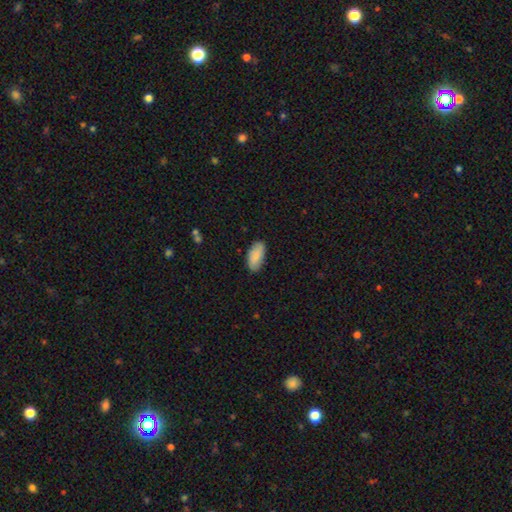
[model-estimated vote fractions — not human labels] The model was most divided on "merging": none: 84%, minor disturbance: 12%, major disturbance: 2%, merger: 1%. More confident: how rounded — in between (91%); smooth or featured — smooth (88%).